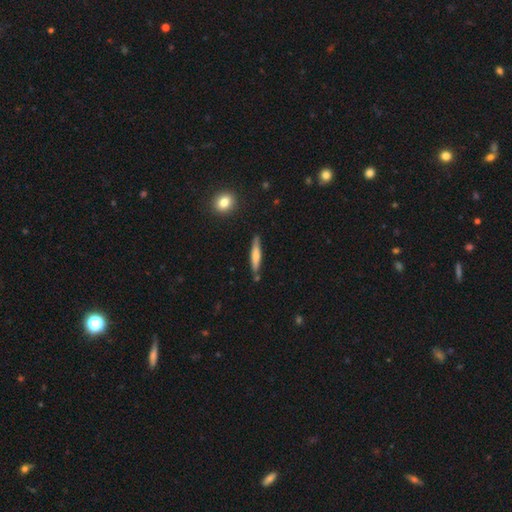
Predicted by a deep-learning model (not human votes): A smooth galaxy with no disk features (59%) that is cigar-shaped (89%).

Vote fractions:
- Smooth or featured? smooth: 59% / featured or disk: 35% / star or artifact: 6%
- How rounded? cigar-shaped: 89% / in between: 9% / round: 2%
- Merging? none: 83% / minor disturbance: 11% / merger: 4% / major disturbance: 2%